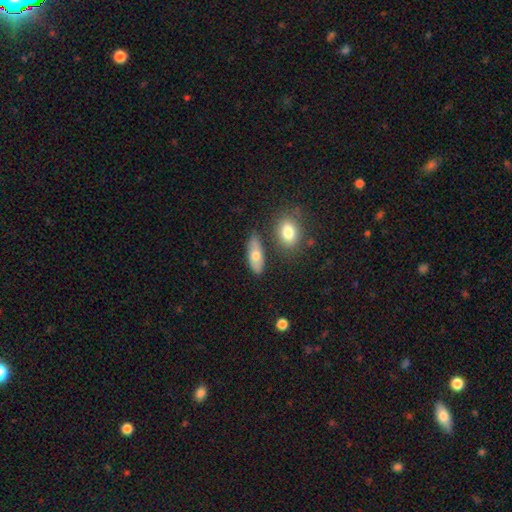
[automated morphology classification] smooth 67%, featured or disk 25%, star or artifact 7%. Down the decision tree: how rounded — in between (76%); merging — none (68%).